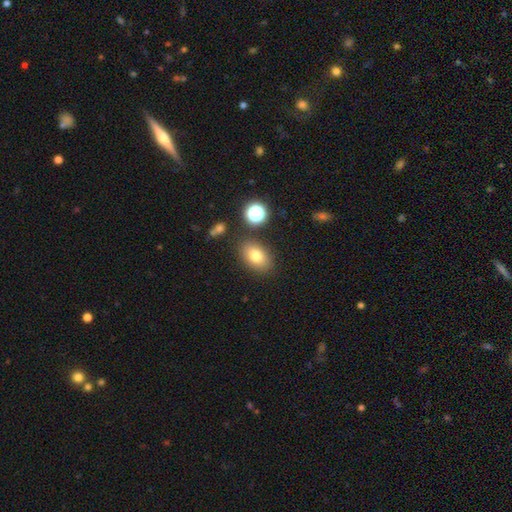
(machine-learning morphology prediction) Smooth or featured? smooth (79%)
How rounded? in between (83%)
Merging? none (82%)